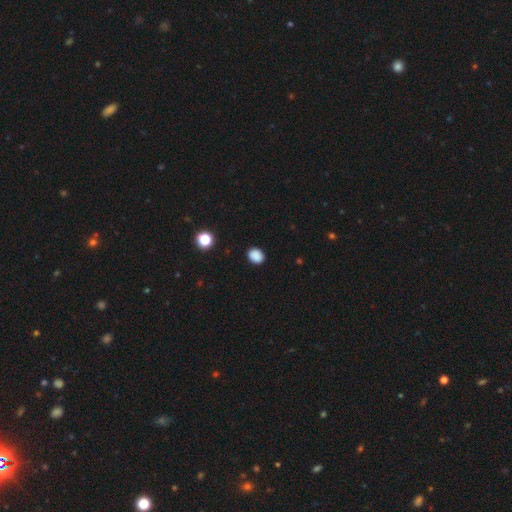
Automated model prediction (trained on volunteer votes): Q: Smooth or featured?
A: smooth (87%); runner-up: star or artifact (10%)
Q: How rounded?
A: in between (52%); runner-up: round (47%)
Q: Merging?
A: none (88%); runner-up: minor disturbance (8%)